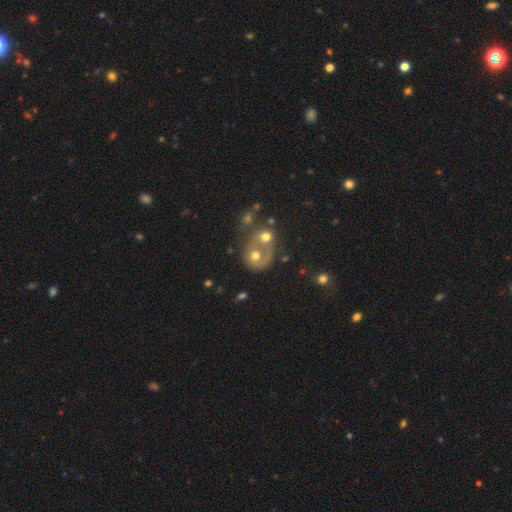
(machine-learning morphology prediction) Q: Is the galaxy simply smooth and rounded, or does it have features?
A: smooth — 50%.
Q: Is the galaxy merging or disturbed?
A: merger — 56%.